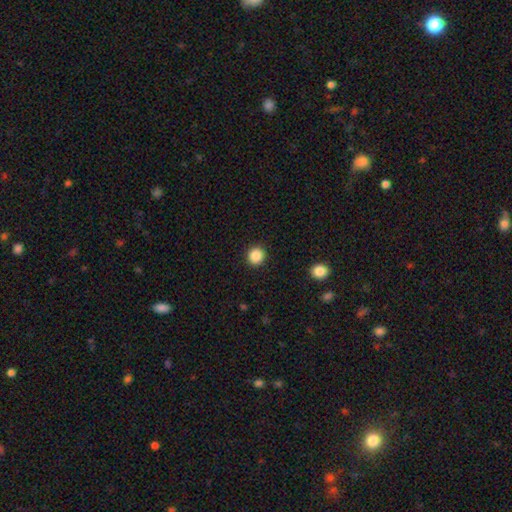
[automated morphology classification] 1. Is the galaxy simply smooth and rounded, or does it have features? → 88% smooth, 10% star or artifact, 3% featured or disk.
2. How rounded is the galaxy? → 92% round, 7% in between, 1% cigar-shaped.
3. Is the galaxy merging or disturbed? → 92% none, 5% minor disturbance, 2% major disturbance, 1% merger.